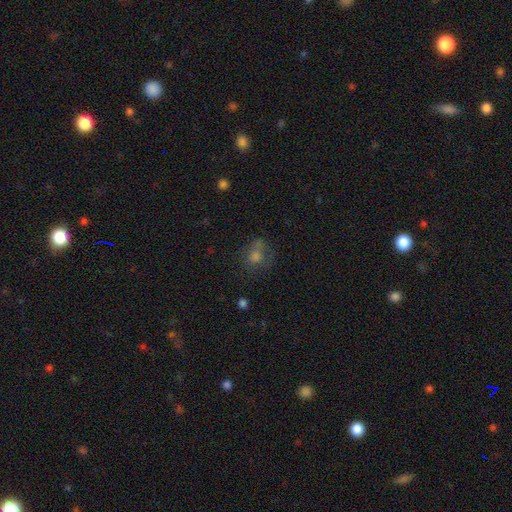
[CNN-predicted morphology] smooth_or_featured: smooth (p=0.58) [alt: star or artifact p=0.22]
how_rounded: round (p=0.73) [alt: in between p=0.26]
merging: none (p=0.55) [alt: minor disturbance p=0.20]